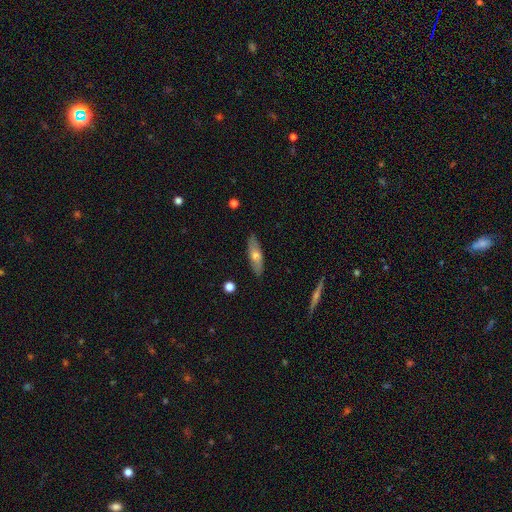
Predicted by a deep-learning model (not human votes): smooth_or_featured: smooth (p=0.57) [alt: featured or disk p=0.37]
how_rounded: in between (p=0.52) [alt: cigar-shaped p=0.46]
merging: none (p=0.88) [alt: minor disturbance p=0.09]